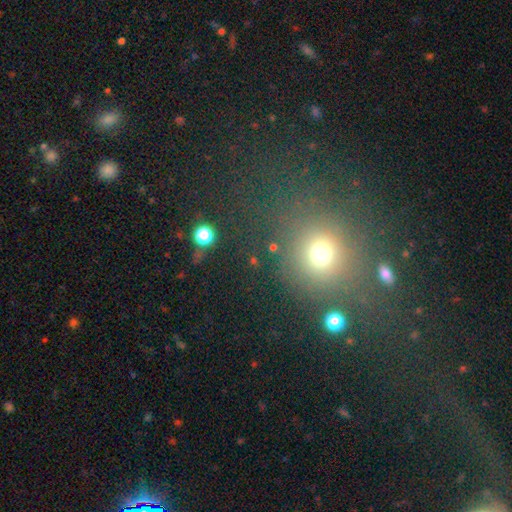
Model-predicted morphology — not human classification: Overall: smooth (56%; star or artifact 35%). How rounded: round (77%). Merging: none (75%).